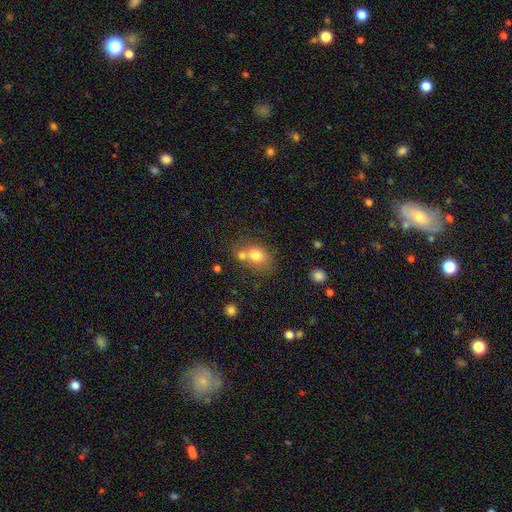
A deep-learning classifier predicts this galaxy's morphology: A smooth galaxy with no disk features (76%) that is in between round and cigar-shaped (51%).

Vote fractions:
- Smooth or featured? smooth: 76% / featured or disk: 14% / star or artifact: 10%
- How rounded? in between: 51% / round: 47% / cigar-shaped: 1%
- Merging? none: 42% / merger: 38% / minor disturbance: 14% / major disturbance: 7%